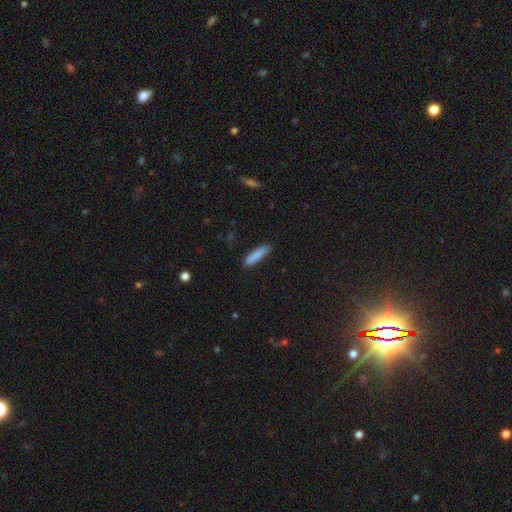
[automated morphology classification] Smooth or featured?
  - smooth: 85% *
  - featured or disk: 9%
  - star or artifact: 6%
How rounded?
  - cigar-shaped: 84% *
  - in between: 15%
  - round: 1%
Merging?
  - none: 85% *
  - minor disturbance: 12%
  - major disturbance: 2%
  - merger: 1%